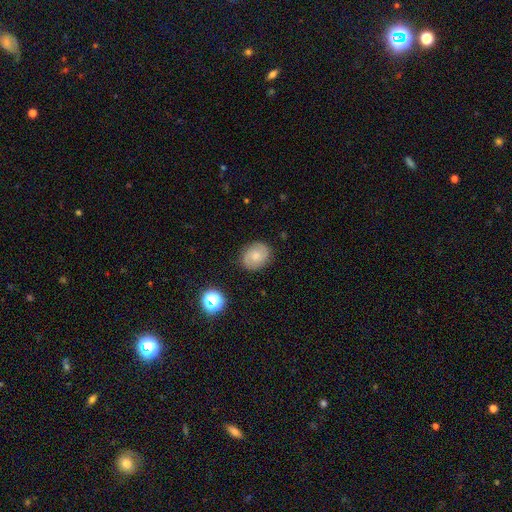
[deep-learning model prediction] Smooth or featured? Predicted: featured or disk (p=0.48). Merging? Predicted: none (p=0.84).